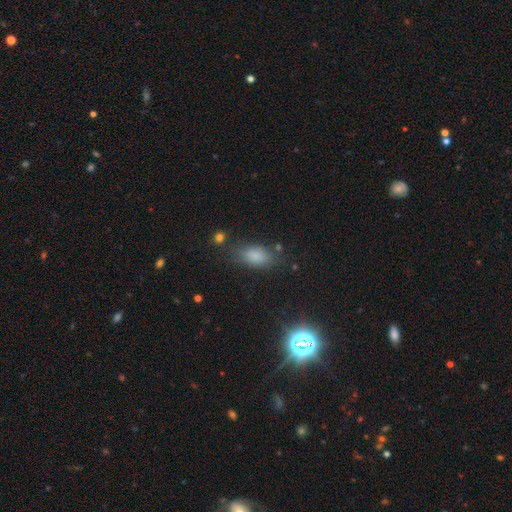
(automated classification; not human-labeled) smooth_or_featured: smooth (p=0.73) [alt: star or artifact p=0.19]
how_rounded: in between (p=0.85) [alt: round p=0.08]
merging: none (p=0.78) [alt: minor disturbance p=0.14]